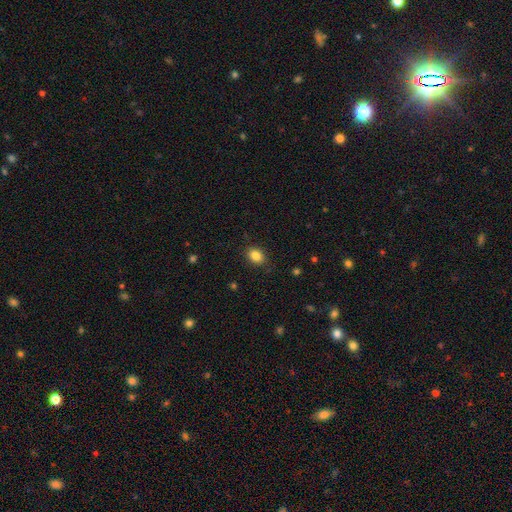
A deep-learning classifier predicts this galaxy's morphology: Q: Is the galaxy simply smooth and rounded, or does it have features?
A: smooth — 85%.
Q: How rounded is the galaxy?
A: in between — 62%.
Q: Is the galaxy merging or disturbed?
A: none — 86%.